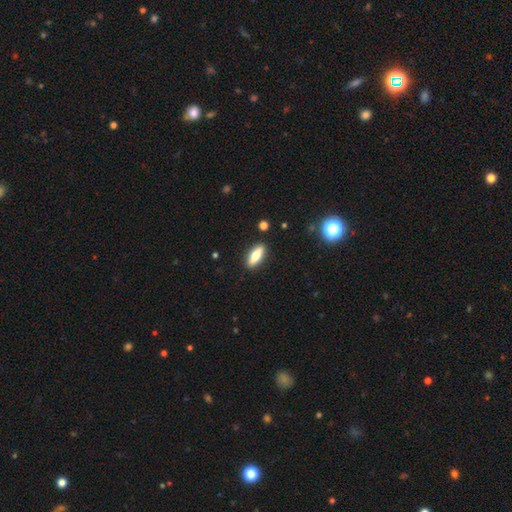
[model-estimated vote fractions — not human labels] smooth-or-featured: smooth: 61% | featured or disk: 32% | star or artifact: 7%
  how-rounded: in between: 61% | cigar-shaped: 36% | round: 3%
  merging: none: 89% | minor disturbance: 8% | major disturbance: 2% | merger: 1%